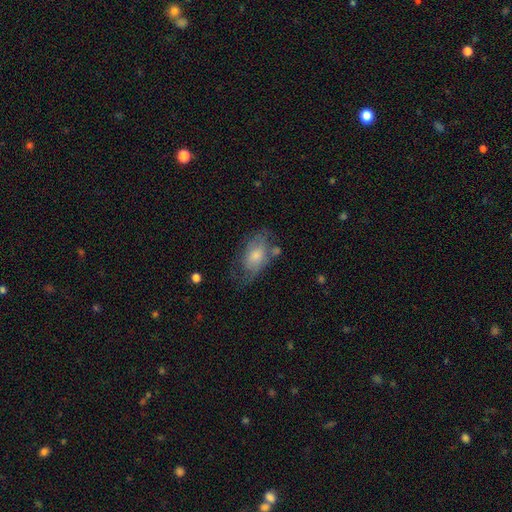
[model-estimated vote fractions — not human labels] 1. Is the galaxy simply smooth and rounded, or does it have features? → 53% smooth, 40% featured or disk, 7% star or artifact.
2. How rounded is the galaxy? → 90% in between, 6% round, 3% cigar-shaped.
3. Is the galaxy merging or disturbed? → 41% none, 29% minor disturbance, 23% major disturbance, 6% merger.